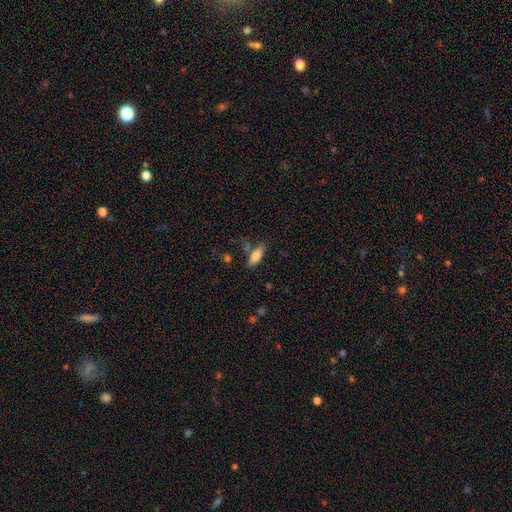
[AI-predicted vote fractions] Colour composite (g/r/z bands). It shows a smooth galaxy with no disk features (74%) that is in between round and cigar-shaped (64%). Merging: none (68%).